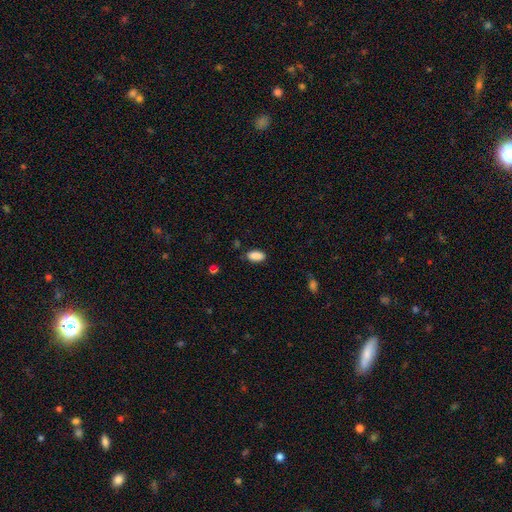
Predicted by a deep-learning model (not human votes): smooth 89%, star or artifact 7%, featured or disk 4%. Down the decision tree: how rounded — in between (92%); merging — none (81%).